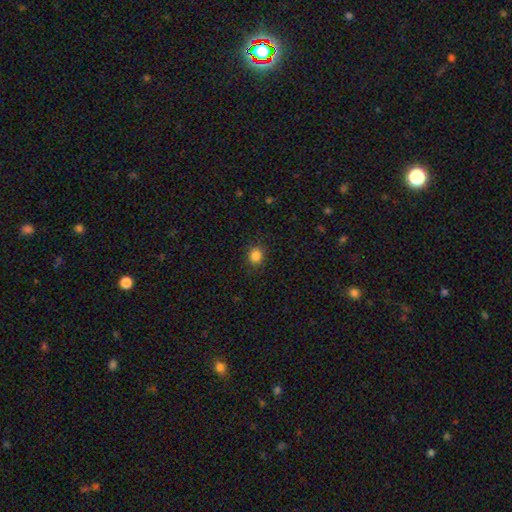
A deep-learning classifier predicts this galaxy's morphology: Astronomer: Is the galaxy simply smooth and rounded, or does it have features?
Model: smooth — 85%.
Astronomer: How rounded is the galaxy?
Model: round — 77%.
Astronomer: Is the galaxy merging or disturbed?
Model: none — 88%.